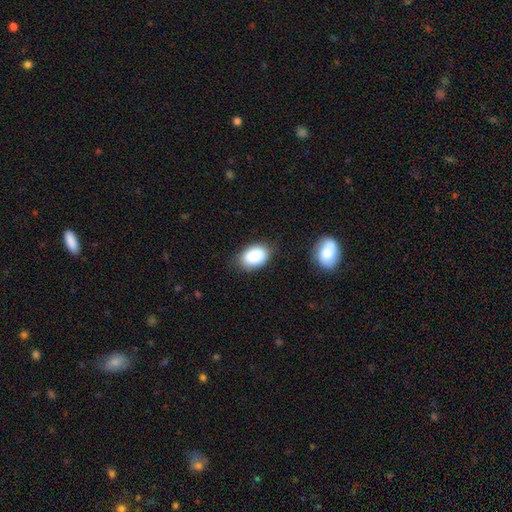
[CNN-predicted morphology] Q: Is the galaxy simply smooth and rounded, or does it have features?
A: smooth — 86%.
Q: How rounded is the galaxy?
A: in between — 84%.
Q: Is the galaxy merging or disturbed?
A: none — 79%.